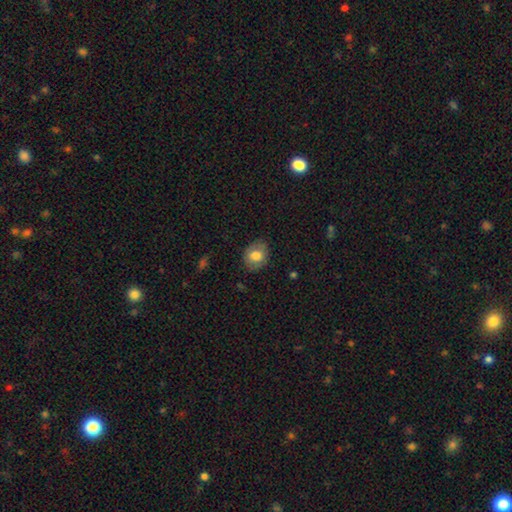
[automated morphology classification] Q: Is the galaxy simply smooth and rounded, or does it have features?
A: smooth — 75%.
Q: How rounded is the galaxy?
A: round — 51%.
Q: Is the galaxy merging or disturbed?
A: none — 80%.